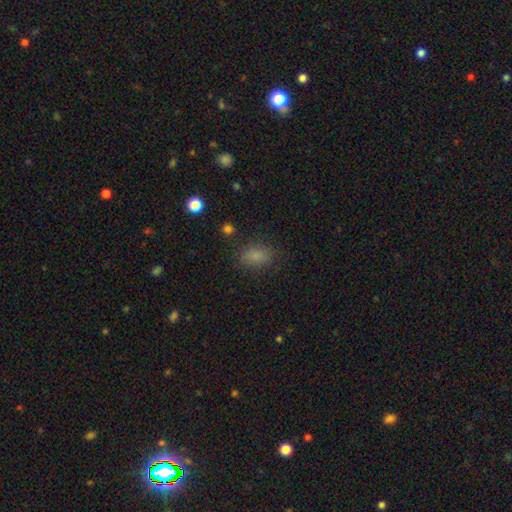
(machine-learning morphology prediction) A smooth galaxy with no disk features (82%) that is in between round and cigar-shaped (82%).

Vote fractions:
- Smooth or featured? smooth: 82% / star or artifact: 13% / featured or disk: 5%
- How rounded? in between: 82% / round: 15% / cigar-shaped: 2%
- Merging? none: 82% / minor disturbance: 13% / major disturbance: 4% / merger: 2%